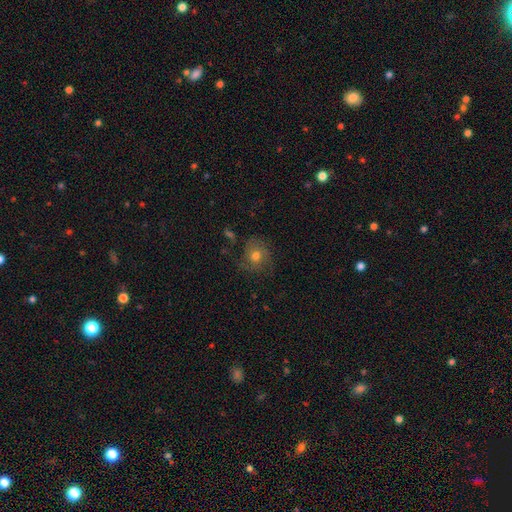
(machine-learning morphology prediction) A smooth galaxy with no disk features (53%) that is round (78%). Merging: none (64%).